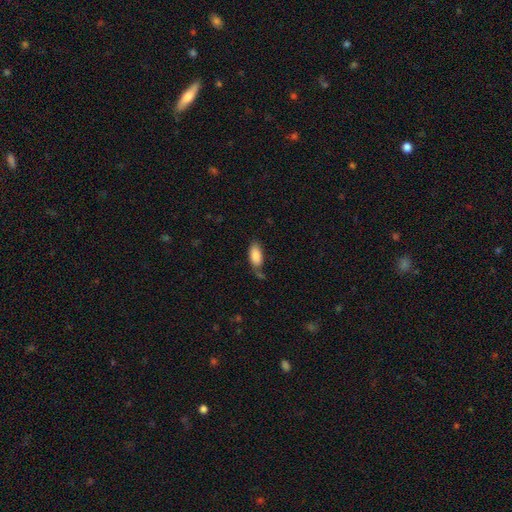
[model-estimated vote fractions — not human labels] This appears to be a smooth galaxy with no disk features (85%) that is in between round and cigar-shaped (91%). Merging: none (55%).